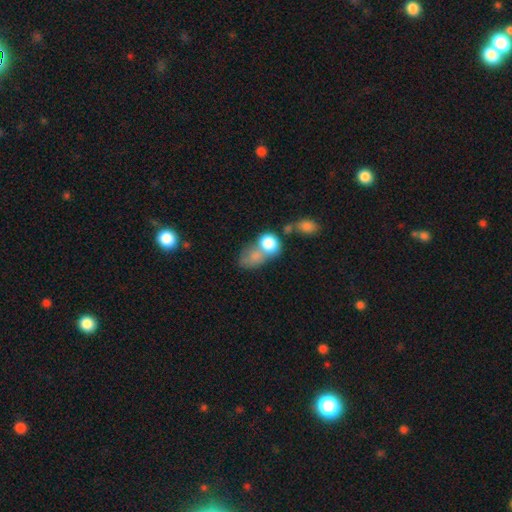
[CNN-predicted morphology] This appears to be a smooth galaxy with no disk features (73%) that is in between round and cigar-shaped (59%). Merging: merger (54%).